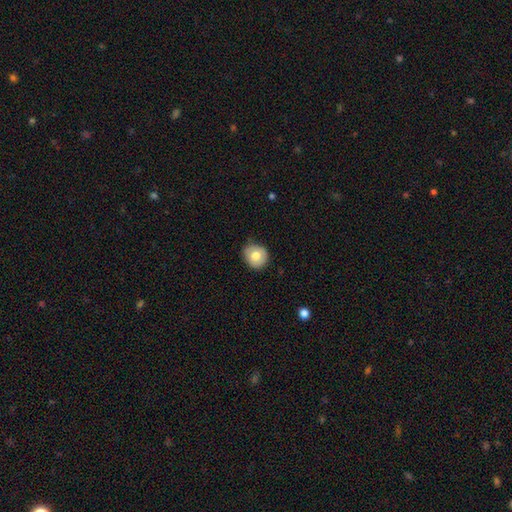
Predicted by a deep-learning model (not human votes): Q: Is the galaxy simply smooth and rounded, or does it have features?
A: smooth — 73%.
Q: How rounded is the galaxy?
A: round — 82%.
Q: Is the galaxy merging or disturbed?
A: none — 78%.